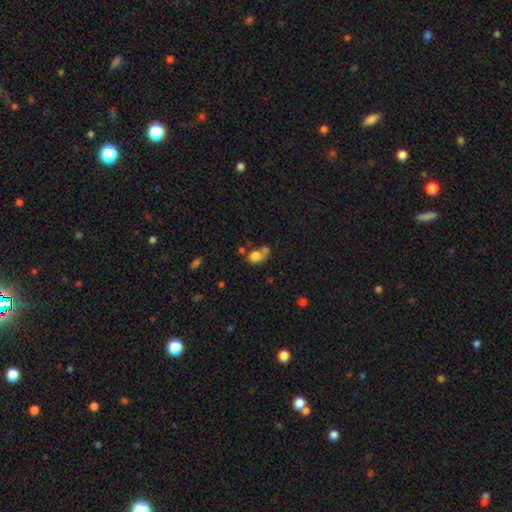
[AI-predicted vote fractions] smooth 77%, featured or disk 12%, star or artifact 11%. Down the decision tree: how rounded — in between (58%); merging — merger (41%).